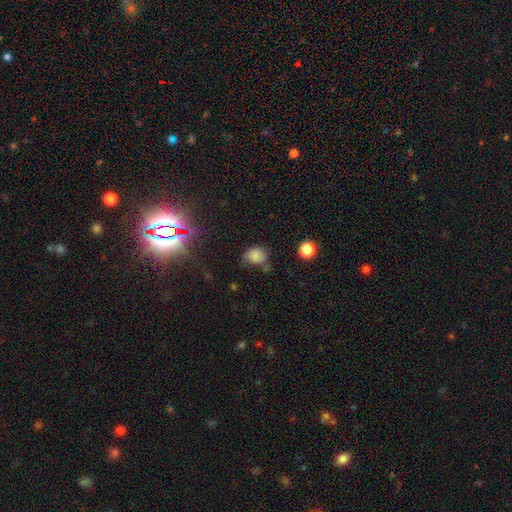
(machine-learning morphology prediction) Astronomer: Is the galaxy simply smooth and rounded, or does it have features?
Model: smooth — 75%.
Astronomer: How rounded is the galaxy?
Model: round — 54% (runner-up: in between, 45%).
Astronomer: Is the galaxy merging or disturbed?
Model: none — 46% (runner-up: minor disturbance, 33%).